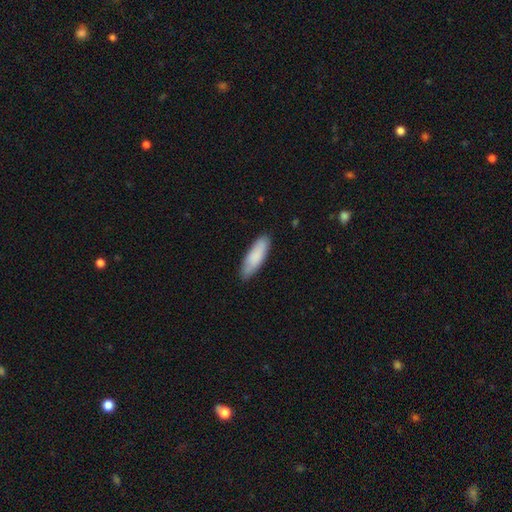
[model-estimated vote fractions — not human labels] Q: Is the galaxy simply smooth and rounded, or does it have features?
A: smooth — 85%.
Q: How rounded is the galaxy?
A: cigar-shaped — 50%.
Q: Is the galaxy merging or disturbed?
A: none — 85%.